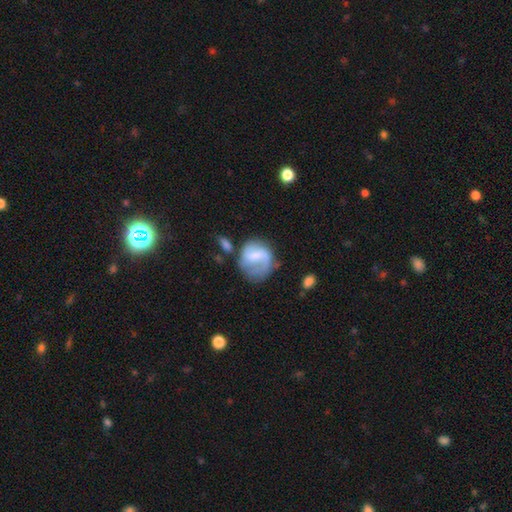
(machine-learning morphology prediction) A featured or disk galaxy (53%) with a weak bar (48%), spiral arms (77%) and a small central bulge (40%).

Vote fractions:
- Smooth or featured? featured or disk: 53% / smooth: 40% / star or artifact: 7%
- Edge-on disk? no: 97% / yes: 3%
- Bar? weak: 48% / no: 36% / strong: 16%
- Spiral arms? yes: 77% / no: 23%
- Bulge size? small: 40% / moderate: 29% / none: 23% / large: 6% / dominant: 2%
- Merging? none: 43% / major disturbance: 24% / minor disturbance: 24% / merger: 9%